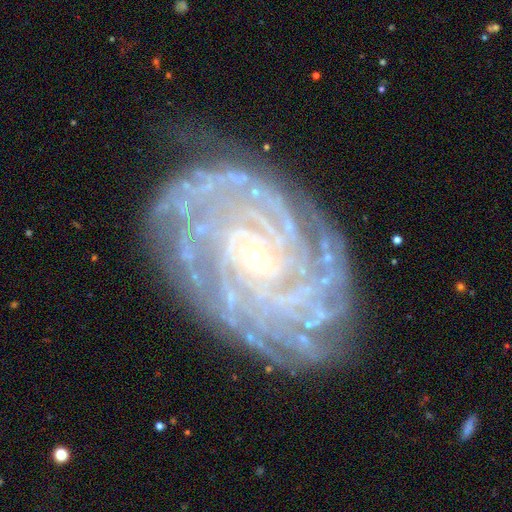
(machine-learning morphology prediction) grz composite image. It shows a featured or disk galaxy (90%) with no bar (74%), tight (83%) spiral arms (98%) and a small central bulge (86%). Merging: none (78%).